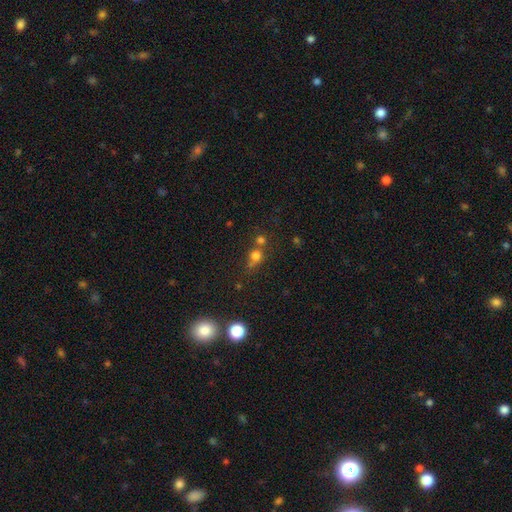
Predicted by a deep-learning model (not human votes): smooth 70%, star or artifact 20%, featured or disk 10%. Down the decision tree: how rounded — round (82%); merging — none (46%).